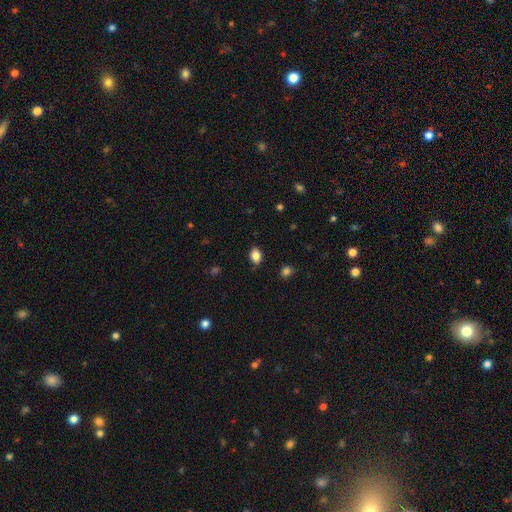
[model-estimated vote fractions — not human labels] Smooth or featured? smooth (86%)
How rounded? in between (75%)
Merging? none (84%)